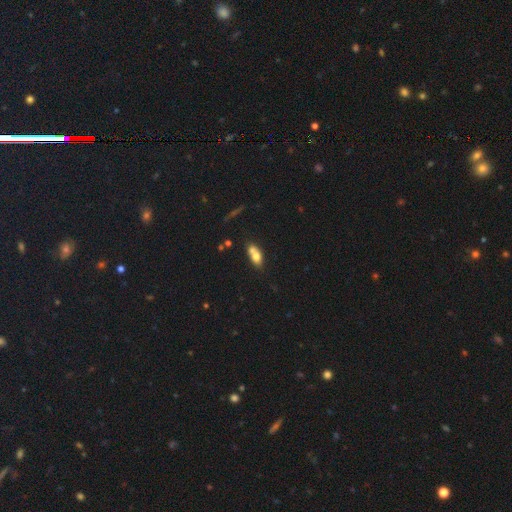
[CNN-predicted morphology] type=smooth (68%); roundness=in between (73%); merging=merger (54%).